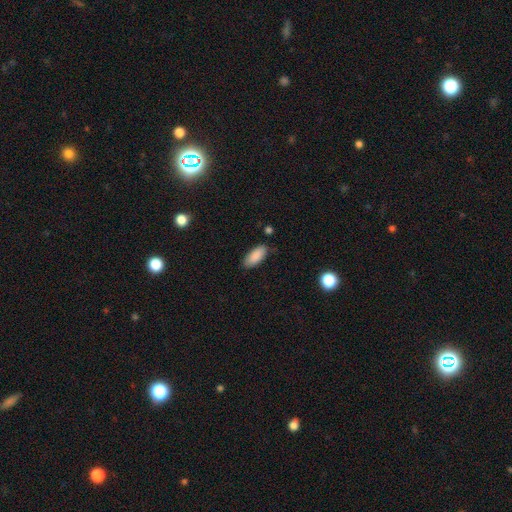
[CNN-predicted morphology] smooth_or_featured: smooth (p=0.88) [alt: star or artifact p=0.06]
how_rounded: in between (p=0.87) [alt: cigar-shaped p=0.11]
merging: none (p=0.81) [alt: minor disturbance p=0.14]